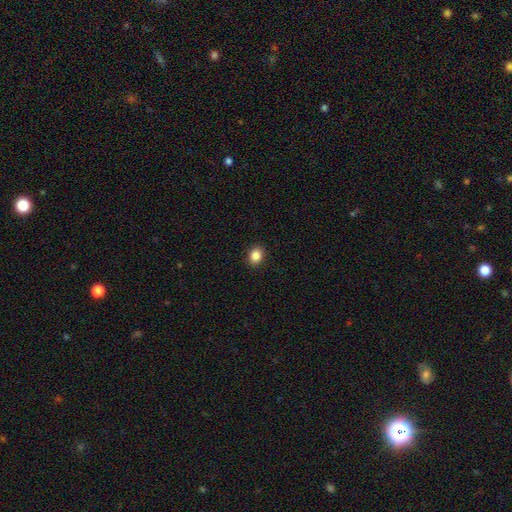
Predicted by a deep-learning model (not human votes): smooth 86%, star or artifact 10%, featured or disk 4%. Down the decision tree: how rounded — round (55%); merging — none (91%).